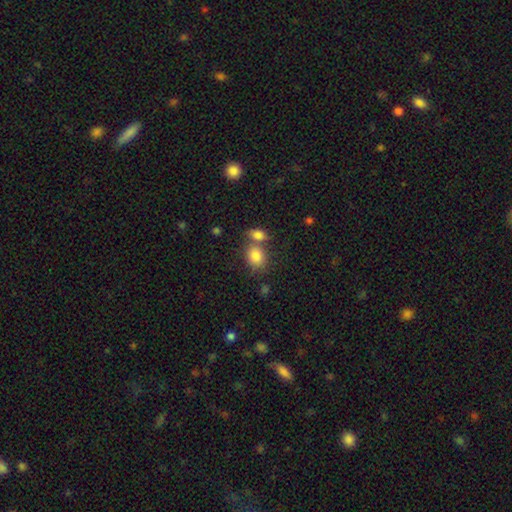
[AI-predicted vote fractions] The model was most divided on "how rounded": in between: 52%, round: 47%, cigar-shaped: 1%. Remaining: smooth or featured — smooth (84%); merging — none (48%).